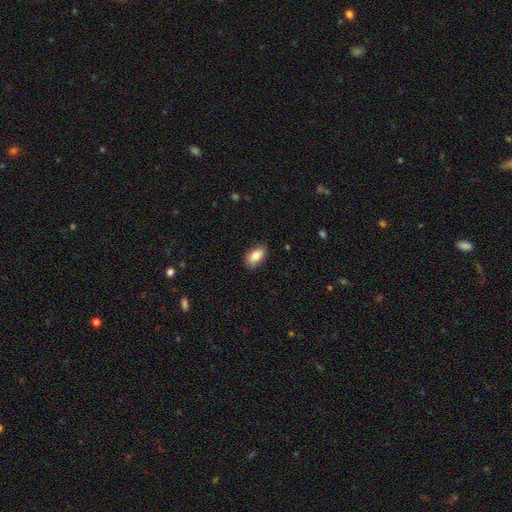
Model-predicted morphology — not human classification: smooth 86%, featured or disk 8%, star or artifact 7%. Down the decision tree: how rounded — in between (93%); merging — none (83%).